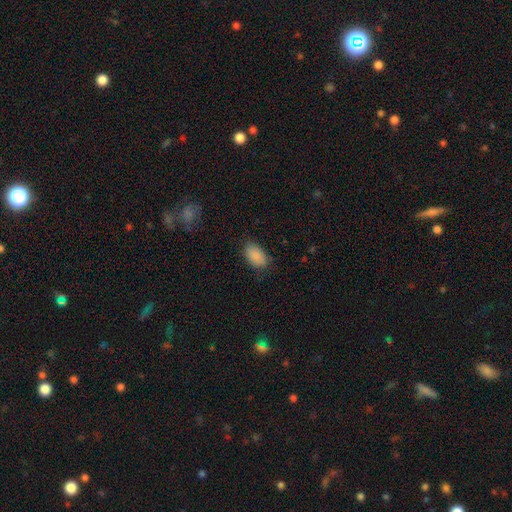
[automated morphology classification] Q: Smooth or featured?
A: smooth (88%); runner-up: star or artifact (8%)
Q: How rounded?
A: in between (92%); runner-up: round (6%)
Q: Merging?
A: none (79%); runner-up: minor disturbance (16%)